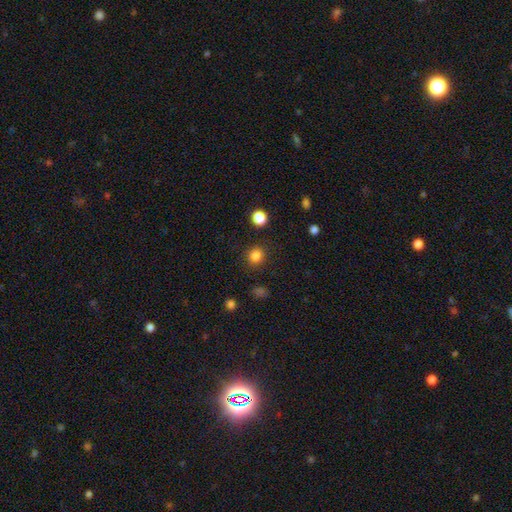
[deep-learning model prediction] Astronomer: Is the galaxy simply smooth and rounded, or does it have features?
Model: smooth — 83%.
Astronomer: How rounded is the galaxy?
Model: round — 88%.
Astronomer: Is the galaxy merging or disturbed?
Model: none — 89%.